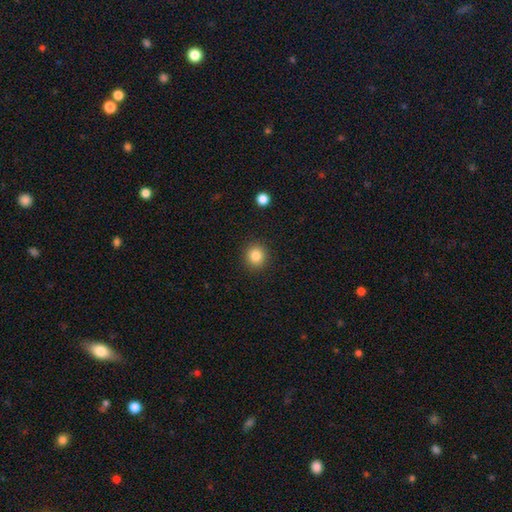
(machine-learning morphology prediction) The model was most divided on "smooth or featured": smooth: 85%, star or artifact: 11%, featured or disk: 5%. More confident: how rounded — round (92%); merging — none (91%).